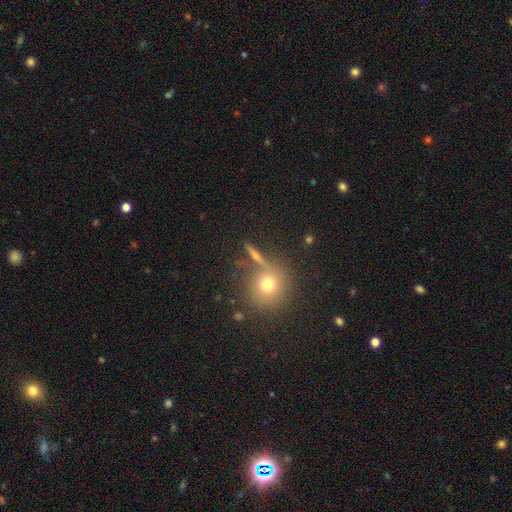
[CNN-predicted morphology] Smooth or featured?
  - smooth: 45% *
  - featured or disk: 37%
  - star or artifact: 18%
Merging?
  - none: 76% *
  - merger: 10%
  - minor disturbance: 9%
  - major disturbance: 5%